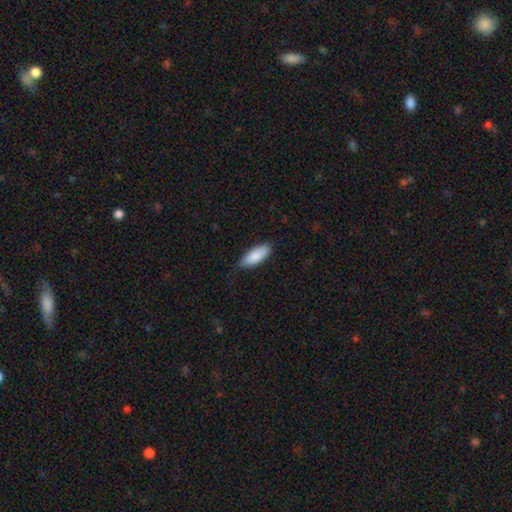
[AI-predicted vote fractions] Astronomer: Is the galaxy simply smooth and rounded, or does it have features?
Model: smooth — 88%.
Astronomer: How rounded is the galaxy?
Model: in between — 78%.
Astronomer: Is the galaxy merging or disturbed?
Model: none — 75%.